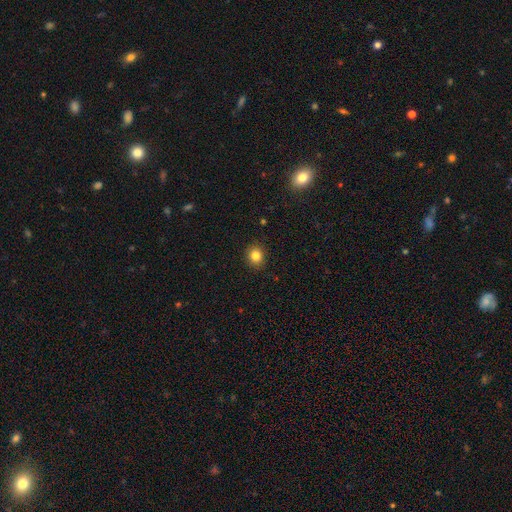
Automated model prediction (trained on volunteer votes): A smooth galaxy with no disk features (83%) that is round (75%).

Vote fractions:
- Smooth or featured? smooth: 83% / star or artifact: 11% / featured or disk: 6%
- How rounded? round: 75% / in between: 24% / cigar-shaped: 1%
- Merging? none: 90% / minor disturbance: 7% / major disturbance: 2% / merger: 1%